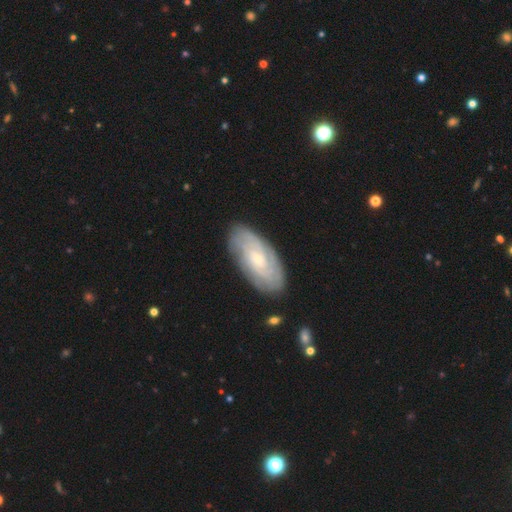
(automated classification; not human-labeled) Morphology: type=featured or disk (63%); edge-on=no (90%); bar=no (70%); spiral arms=yes (85%); bulge=small (55%); merging=none (84%).